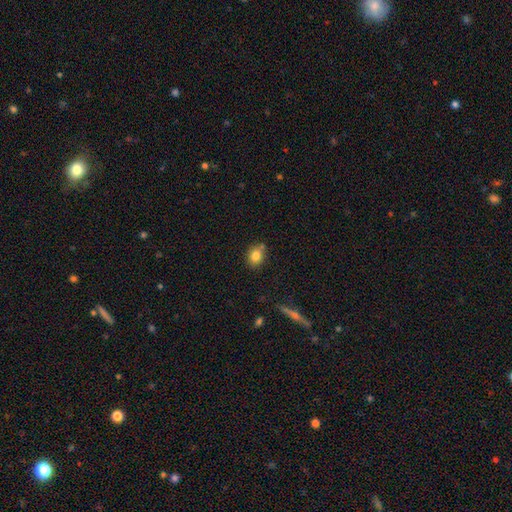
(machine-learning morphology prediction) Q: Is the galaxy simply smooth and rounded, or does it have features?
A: smooth — 81%.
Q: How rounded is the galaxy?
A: round — 55%.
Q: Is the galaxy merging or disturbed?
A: none — 71%.